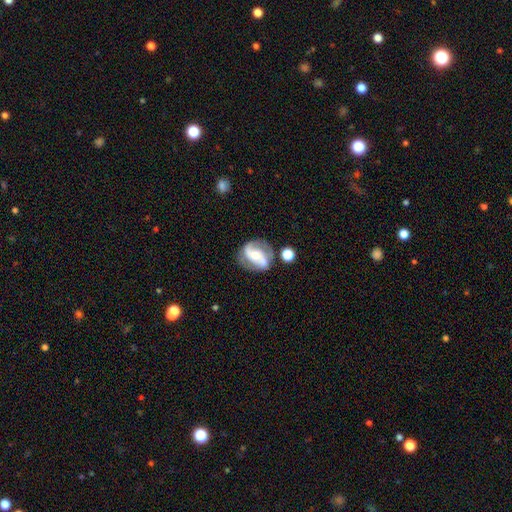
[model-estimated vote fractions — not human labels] Morphology: type=featured or disk (78%); edge-on=no (97%); bar=no (37%); spiral arms=yes (91%); winding=medium (46%); arm count=2 (86%); bulge=moderate (51%); merging=none (67%).